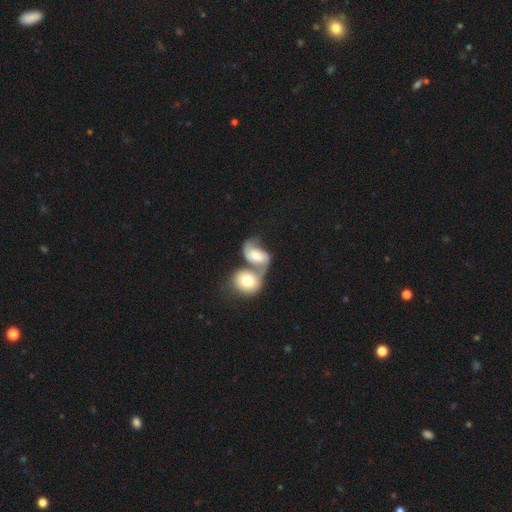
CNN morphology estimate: This appears to be a featured or disk galaxy (64%) with no bar (51%), 2 (84%) loose (46%) spiral arms (88%) and a moderate central bulge (54%). Merging: merger (66%).